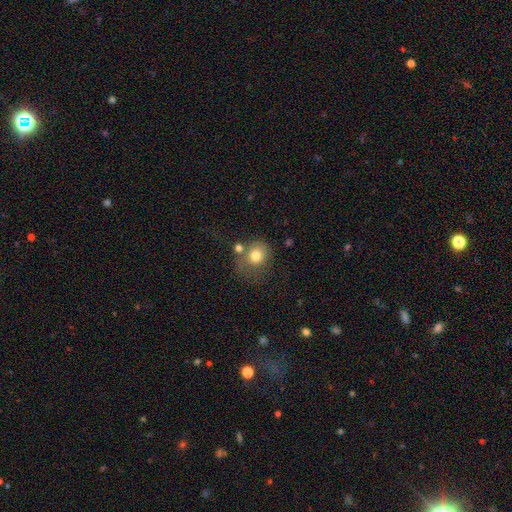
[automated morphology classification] Smooth or featured? Predicted: smooth (p=0.77). How rounded? Predicted: round (p=0.74). Merging? Predicted: none (p=0.48).